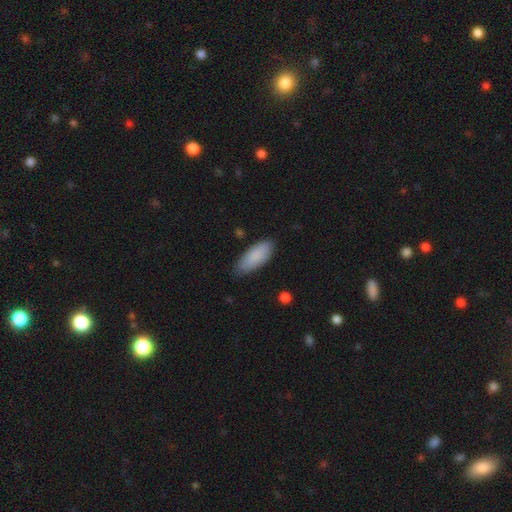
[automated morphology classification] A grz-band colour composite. It shows a smooth galaxy with no disk features (87%) that is in between round and cigar-shaped (76%). Merging: none (83%).